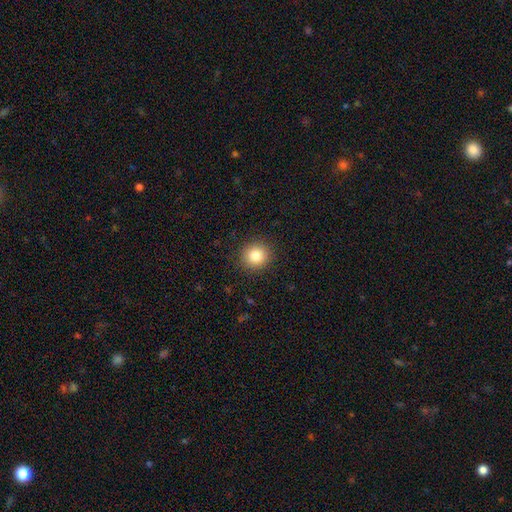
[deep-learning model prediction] The model was most divided on "smooth or featured": smooth: 84%, star or artifact: 10%, featured or disk: 6%. More confident: merging — none (91%); how rounded — round (89%).